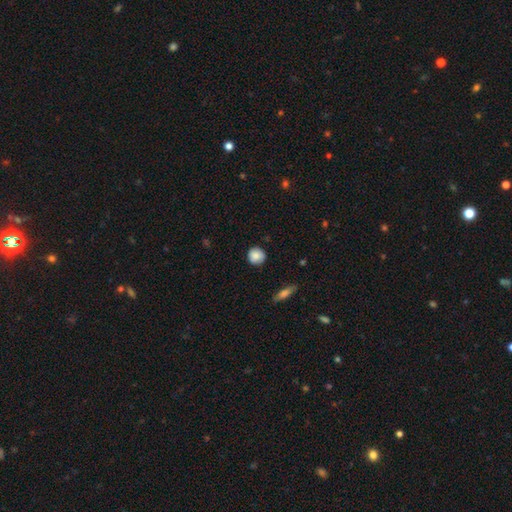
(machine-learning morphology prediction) Overall: smooth (86%). How rounded: round (91%). Merging: none (84%).